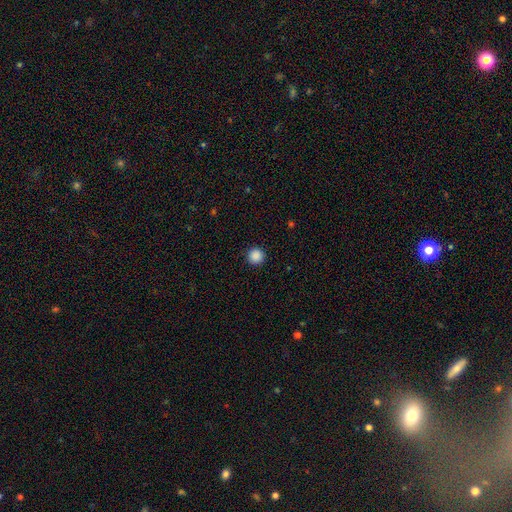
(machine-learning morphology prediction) Overall: smooth (88%). How rounded: round (96%). Merging: none (93%).